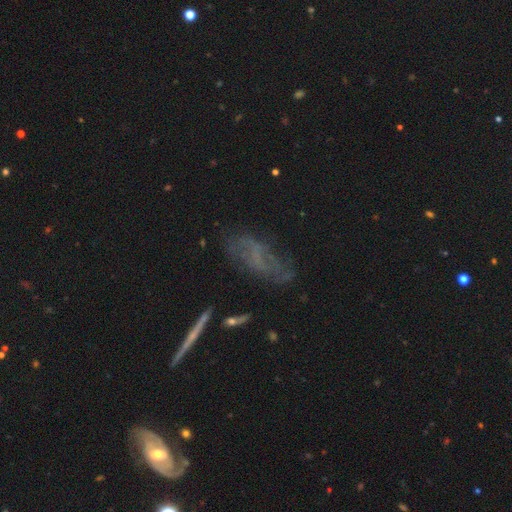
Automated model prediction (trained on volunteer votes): Q: Smooth or featured?
A: featured or disk (55%); runner-up: smooth (29%)
Q: Edge-on disk?
A: no (80%); runner-up: yes (20%)
Q: Merging?
A: none (55%); runner-up: minor disturbance (24%)